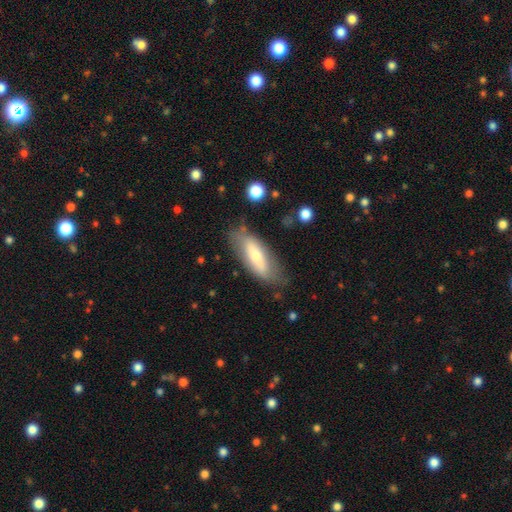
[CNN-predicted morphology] A smooth galaxy with no disk features (57%) that is in between round and cigar-shaped (64%). Merging: none (71%).